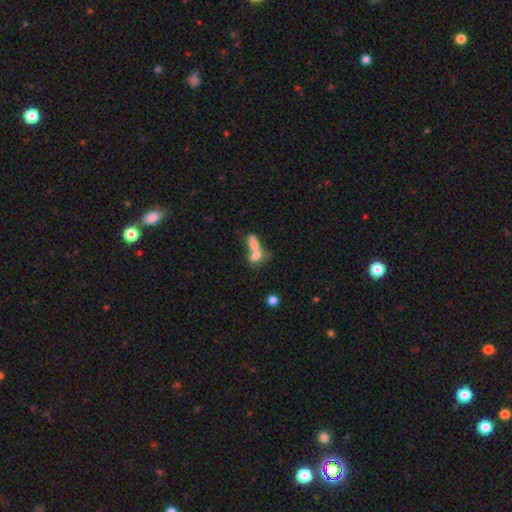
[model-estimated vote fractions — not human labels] This is likely a smooth galaxy (68%). How rounded: likely in between (63%). Merging: likely merger (74%).